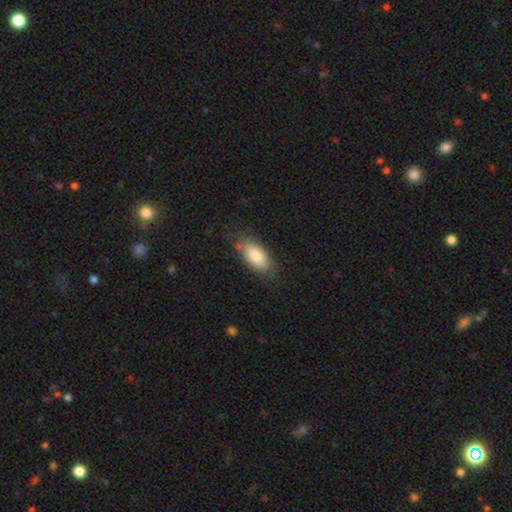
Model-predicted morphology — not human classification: Overall: smooth (82%). How rounded: in between (91%). Merging: none (77%).